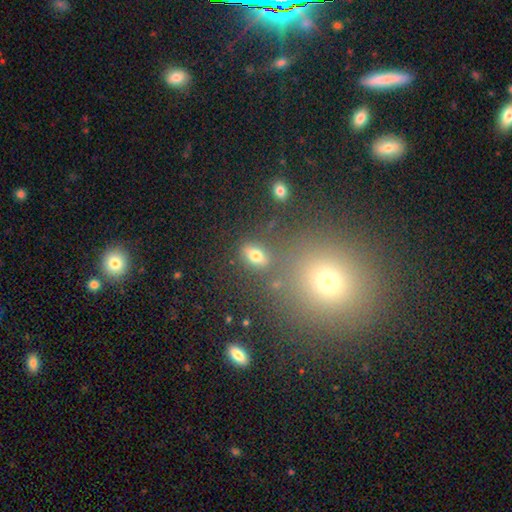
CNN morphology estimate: Smooth or featured?
  - smooth: 70% *
  - star or artifact: 15%
  - featured or disk: 15%
How rounded?
  - in between: 76% *
  - round: 16%
  - cigar-shaped: 8%
Merging?
  - none: 79% *
  - minor disturbance: 11%
  - merger: 6%
  - major disturbance: 5%